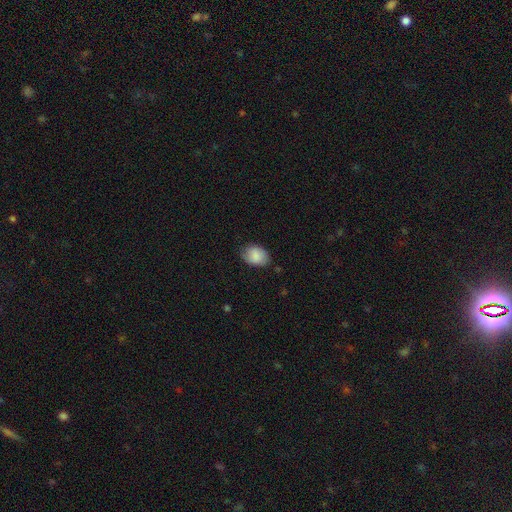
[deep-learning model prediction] This appears to be a smooth galaxy with no disk features (82%) that is in between round and cigar-shaped (74%). Merging: none (71%).